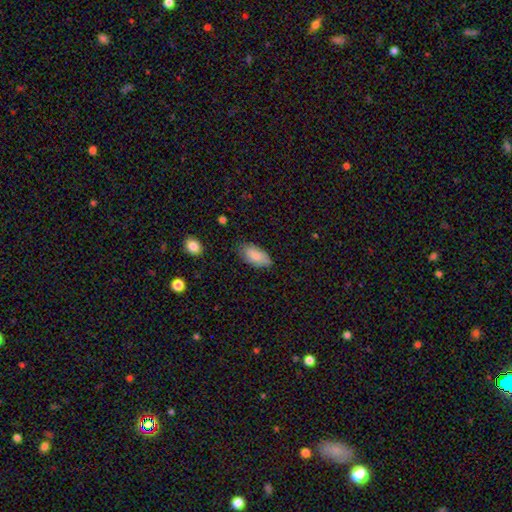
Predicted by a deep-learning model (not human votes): This appears to be a smooth galaxy with no disk features (84%) that is in between round and cigar-shaped (92%). Merging: none (74%).